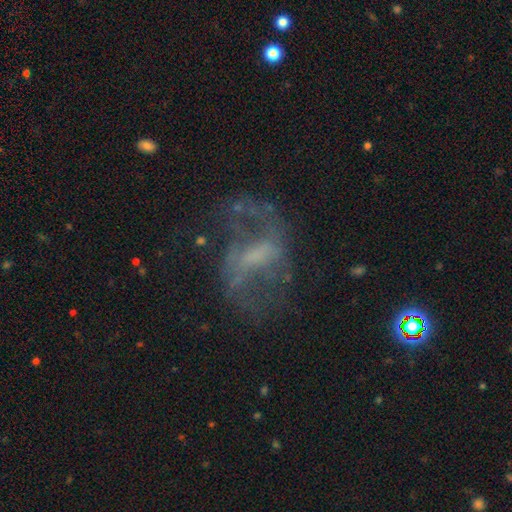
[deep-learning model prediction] Overall: featured or disk (75%). Edge-on disk: no (96%). Bar: weak (45%; strong 30%). Spiral arms: yes (79%). Spiral arm count: 2 (82%). Spiral winding: loose (57%; medium 35%). Bulge size: none (45%; small 28%). Merging: none (57%; major disturbance 24%).